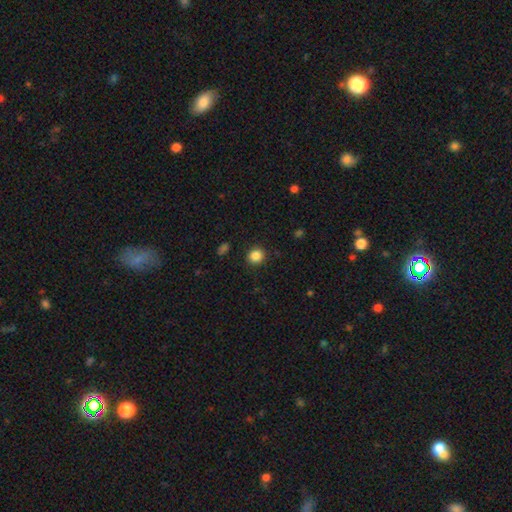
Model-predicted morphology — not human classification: smooth_or_featured: smooth (p=0.86) [alt: star or artifact p=0.10]
how_rounded: round (p=0.88) [alt: in between p=0.11]
merging: none (p=0.90) [alt: minor disturbance p=0.06]